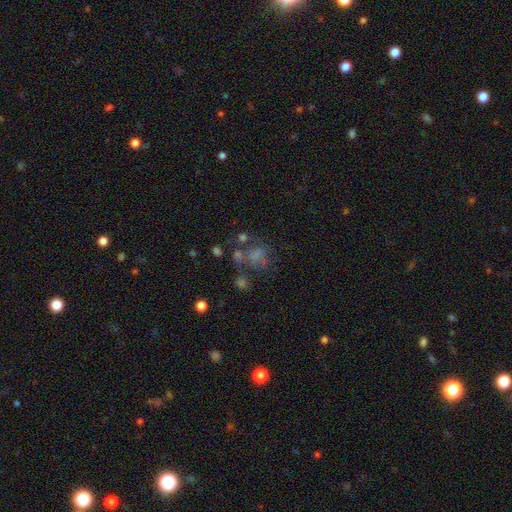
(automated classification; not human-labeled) A smooth galaxy with no disk features (52%) that is round (52%).

Vote fractions:
- Smooth or featured? smooth: 52% / featured or disk: 27% / star or artifact: 22%
- How rounded? round: 52% / in between: 46% / cigar-shaped: 2%
- Merging? none: 38% / major disturbance: 25% / merger: 20% / minor disturbance: 18%